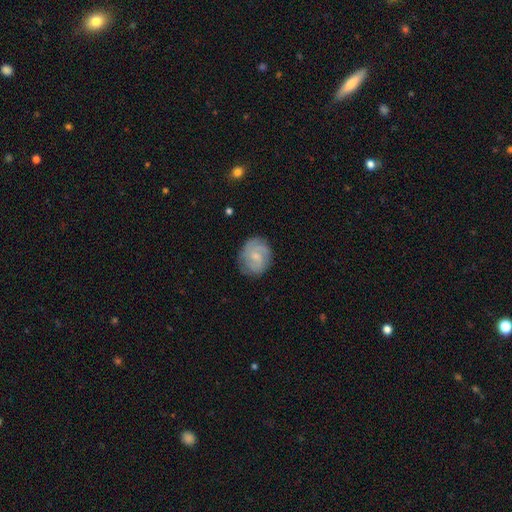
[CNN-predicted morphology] The model was most divided on "spiral arm count": 2: 34%, can't tell: 27%, 3: 23%, 4: 6%, 1: 5%, more than 4: 4%. Remaining: edge-on disk — no (98%); spiral arms — yes (92%); merging — none (79%); smooth or featured — featured or disk (67%); bulge size — small (62%); bar — no (58%); spiral winding — tight (49%).